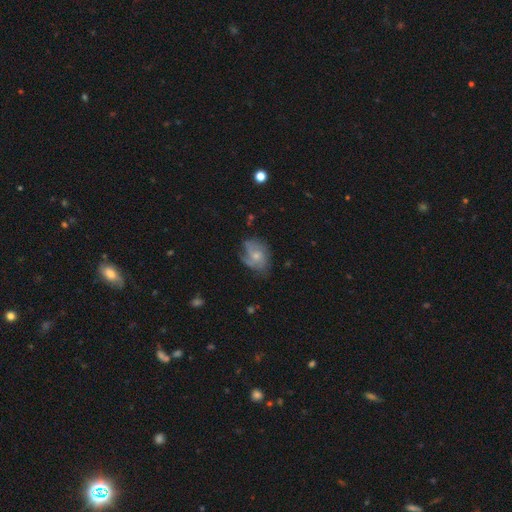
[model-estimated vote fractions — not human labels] This is likely a featured or disk galaxy (67%). It is clearly not viewed edge-on (97%). Bar: likely no (75%). Spiral arm pattern: clearly yes (87%). Spiral arm count: marginally 3 (29%). Spiral winding: marginally medium (44%). Central bulge: possibly small (57%). Merging: possibly none (56%).